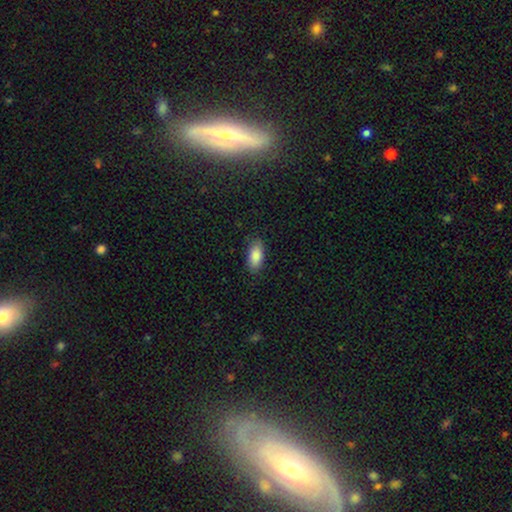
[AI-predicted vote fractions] This is clearly a smooth galaxy (87%). How rounded: clearly in between (89%). Merging: clearly none (85%).